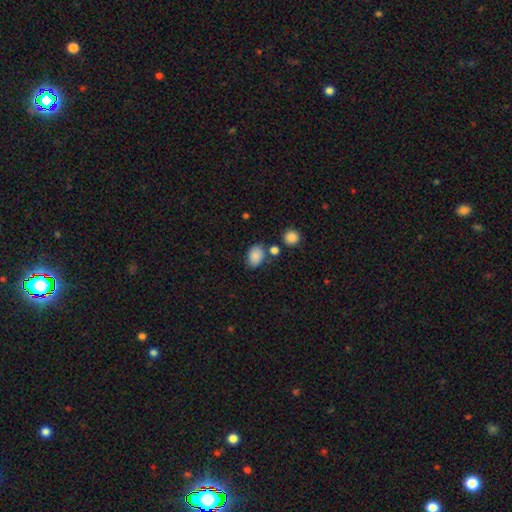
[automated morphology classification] smooth-or-featured: smooth: 86% | star or artifact: 9% | featured or disk: 5%
  how-rounded: in between: 74% | round: 25% | cigar-shaped: 1%
  merging: none: 68% | minor disturbance: 16% | merger: 11% | major disturbance: 5%